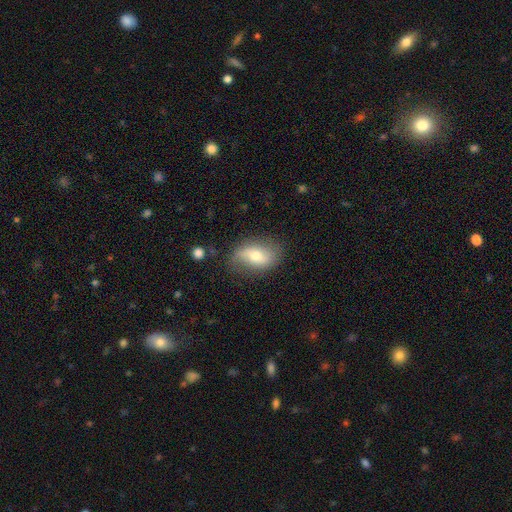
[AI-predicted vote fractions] A smooth galaxy with no disk features (48%).

Vote fractions:
- Smooth or featured? smooth: 48% / featured or disk: 44% / star or artifact: 8%
- Merging? none: 69% / minor disturbance: 21% / major disturbance: 7% / merger: 2%